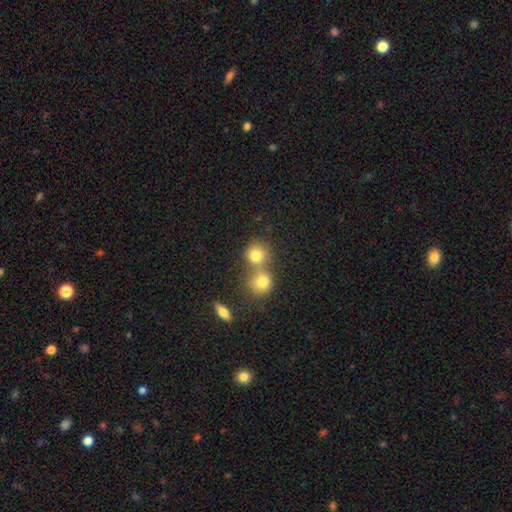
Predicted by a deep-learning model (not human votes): Overall: smooth (80%). How rounded: round (84%). Merging: merger (52%; none 39%).